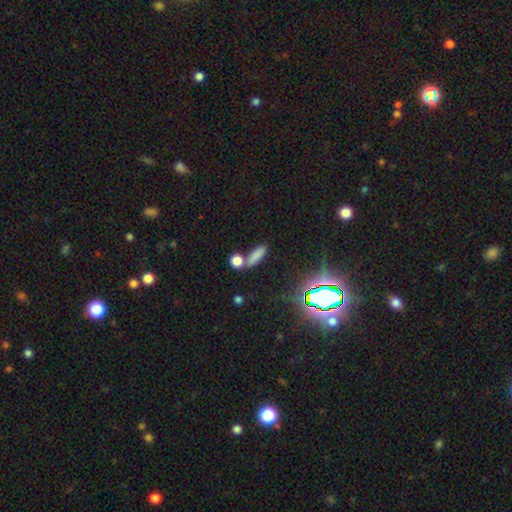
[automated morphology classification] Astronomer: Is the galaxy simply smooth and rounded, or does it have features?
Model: smooth — 77%.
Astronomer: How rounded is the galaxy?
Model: in between — 48% (runner-up: cigar-shaped, 43%).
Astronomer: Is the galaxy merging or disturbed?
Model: none — 64%.